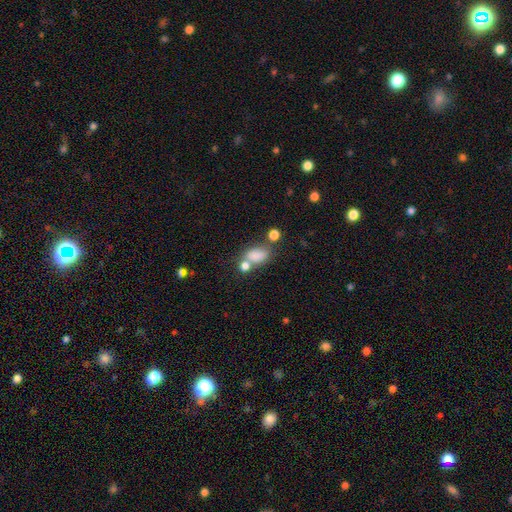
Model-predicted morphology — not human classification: type=smooth (79%); roundness=in between (82%); merging=none (43%).